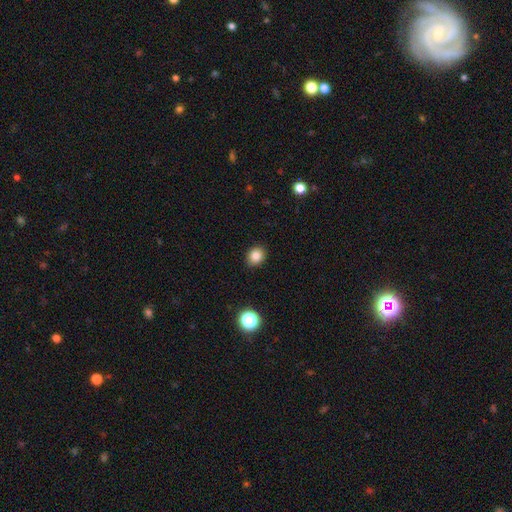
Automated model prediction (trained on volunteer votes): smooth-or-featured: smooth: 84% | star or artifact: 11% | featured or disk: 5%
  how-rounded: round: 63% | in between: 36% | cigar-shaped: 1%
  merging: none: 89% | minor disturbance: 8% | major disturbance: 2% | merger: 1%